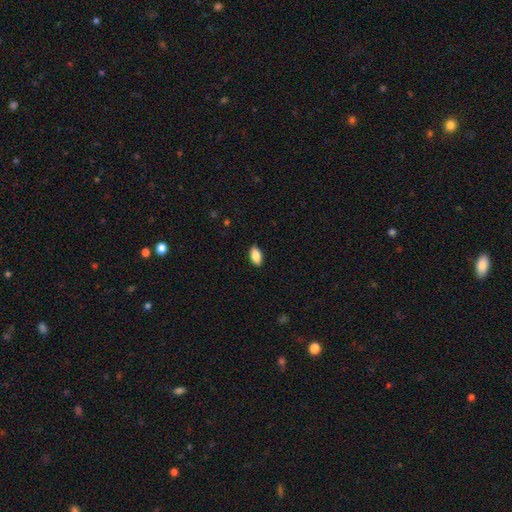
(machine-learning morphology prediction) Smooth or featured? Predicted: smooth (p=0.85). How rounded? Predicted: in between (p=0.89). Merging? Predicted: none (p=0.89).